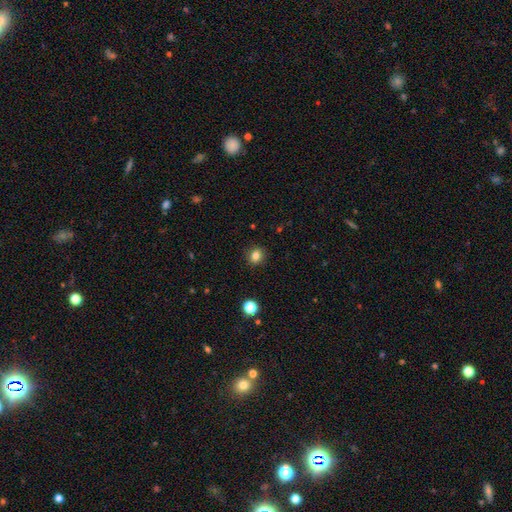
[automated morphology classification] A smooth galaxy with no disk features (82%) that is round (70%).

Vote fractions:
- Smooth or featured? smooth: 82% / star or artifact: 12% / featured or disk: 6%
- How rounded? round: 70% / in between: 29% / cigar-shaped: 1%
- Merging? none: 90% / minor disturbance: 7% / major disturbance: 2% / merger: 1%